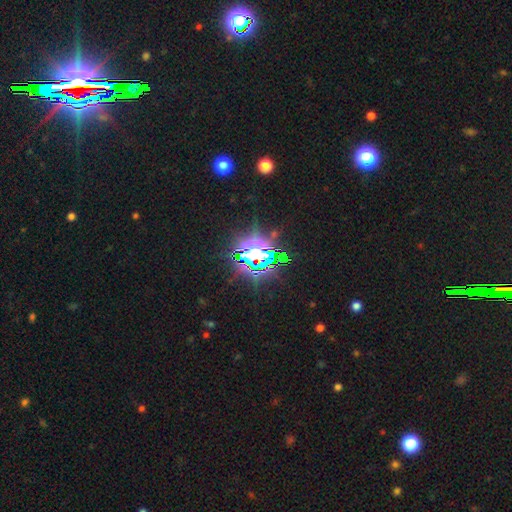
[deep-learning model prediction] Smooth or featured? star or artifact (81%)